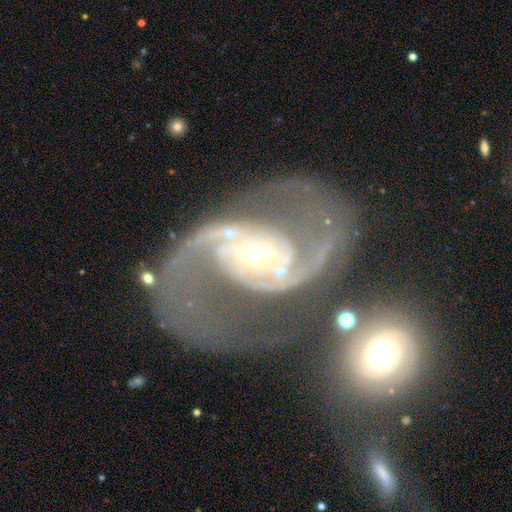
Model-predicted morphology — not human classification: Q: Smooth or featured?
A: featured or disk (92%); runner-up: star or artifact (5%)
Q: Edge-on disk?
A: no (98%); runner-up: yes (2%)
Q: Bar?
A: weak (39%); runner-up: no (36%)
Q: Spiral arms?
A: yes (98%); runner-up: no (2%)
Q: Spiral winding?
A: medium (57%); runner-up: loose (27%)
Q: Spiral arm count?
A: 2 (92%); runner-up: can't tell (2%)
Q: Bulge size?
A: small (61%); runner-up: moderate (34%)
Q: Merging?
A: none (44%); runner-up: merger (20%)